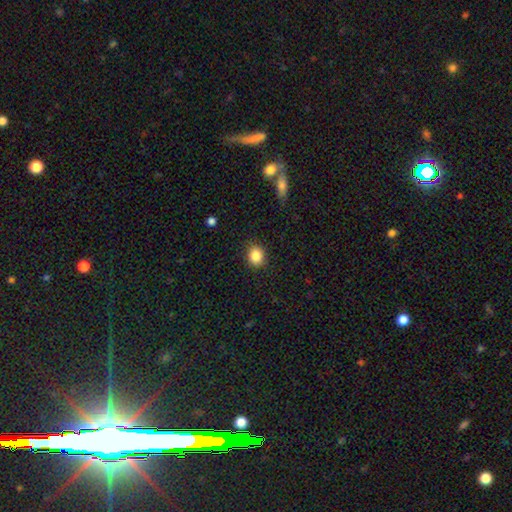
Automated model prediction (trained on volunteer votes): This is clearly a smooth galaxy (86%). How rounded: likely round (69%). Merging: clearly none (88%).